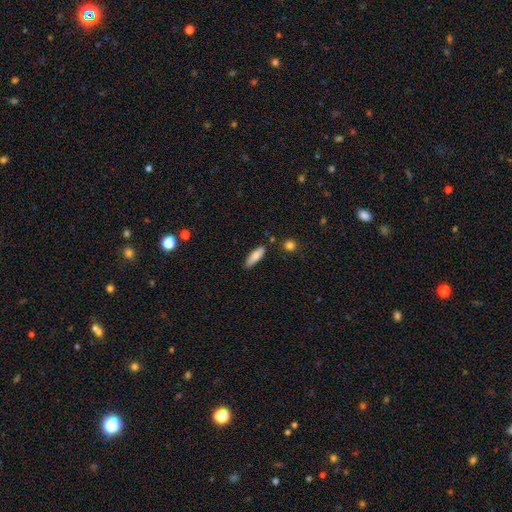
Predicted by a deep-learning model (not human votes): smooth_or_featured: smooth (p=0.79) [alt: featured or disk p=0.14]
how_rounded: in between (p=0.51) [alt: cigar-shaped p=0.47]
merging: none (p=0.83) [alt: minor disturbance p=0.12]